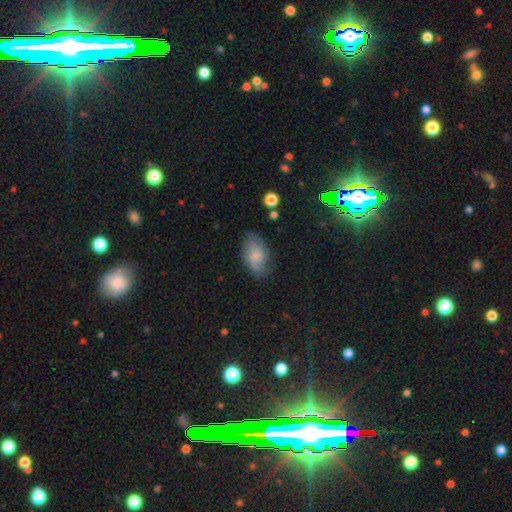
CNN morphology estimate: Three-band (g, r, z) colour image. It shows a smooth galaxy with no disk features (57%) that is in between round and cigar-shaped (91%). Merging: none (65%).